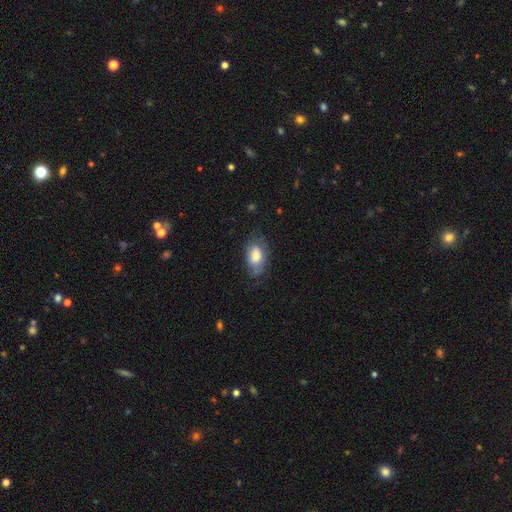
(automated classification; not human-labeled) smooth_or_featured: smooth (p=0.72) [alt: featured or disk p=0.21]
how_rounded: in between (p=0.90) [alt: round p=0.08]
merging: none (p=0.62) [alt: minor disturbance p=0.26]